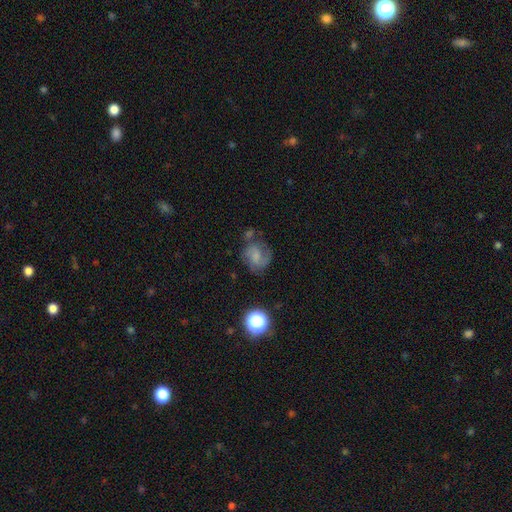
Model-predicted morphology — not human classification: Overall: featured or disk (56%; smooth 32%). Edge-on disk: no (98%). Bar: no (52%; weak 40%). Spiral arms: yes (88%). Bulge size: none (38%; small 29%). Merging: none (55%; minor disturbance 22%).